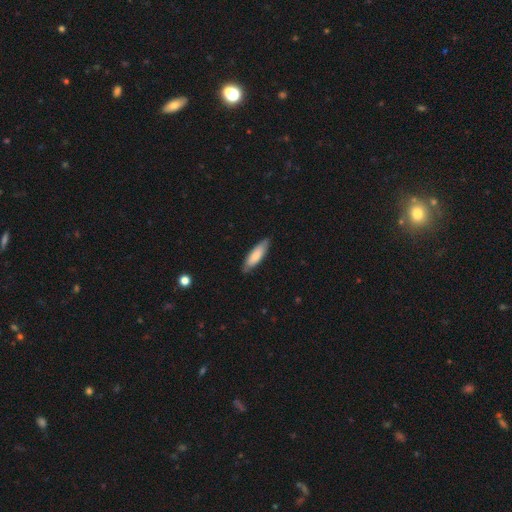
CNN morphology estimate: type=smooth (78%); roundness=cigar-shaped (56%); merging=none (82%).